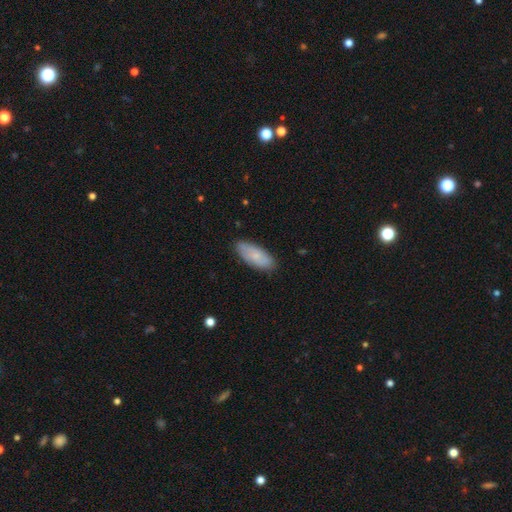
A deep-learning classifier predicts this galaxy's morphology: A smooth galaxy with no disk features (74%) that is in between round and cigar-shaped (82%).

Vote fractions:
- Smooth or featured? smooth: 74% / featured or disk: 20% / star or artifact: 6%
- How rounded? in between: 82% / cigar-shaped: 16% / round: 2%
- Merging? none: 83% / minor disturbance: 13% / major disturbance: 2% / merger: 1%